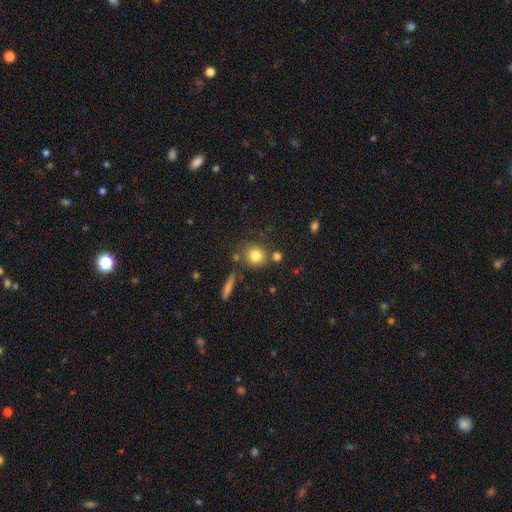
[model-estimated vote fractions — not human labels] smooth-or-featured: smooth: 80% | star or artifact: 11% | featured or disk: 9%
  how-rounded: round: 89% | in between: 10% | cigar-shaped: 1%
  merging: none: 74% | merger: 12% | minor disturbance: 10% | major disturbance: 4%